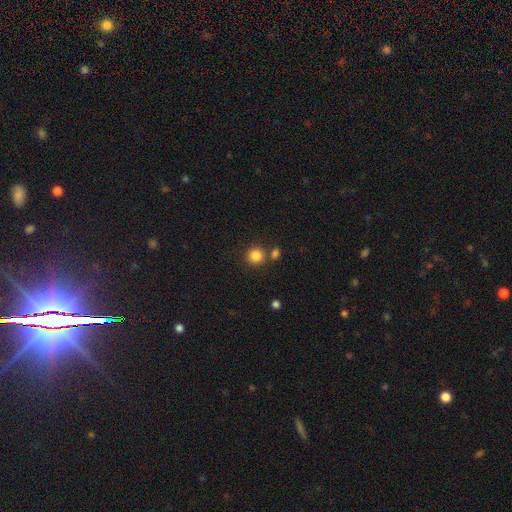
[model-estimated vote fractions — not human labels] The model was most divided on "merging": none: 75%, merger: 15%, minor disturbance: 8%, major disturbance: 3%. More confident: how rounded — round (91%); smooth or featured — smooth (84%).